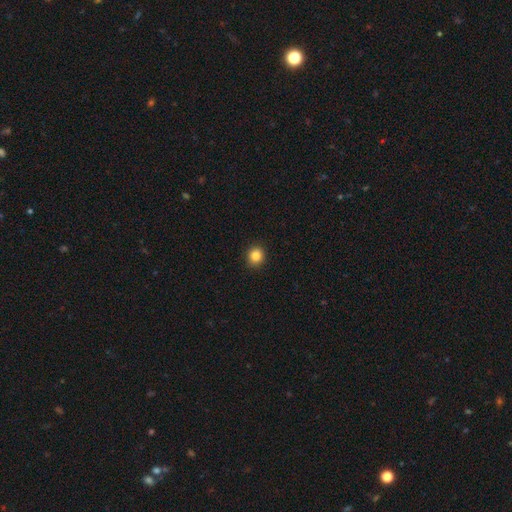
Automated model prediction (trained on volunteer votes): smooth-or-featured: smooth: 85% | star or artifact: 11% | featured or disk: 4%
  how-rounded: round: 88% | in between: 11% | cigar-shaped: 1%
  merging: none: 92% | minor disturbance: 5% | major disturbance: 2% | merger: 1%